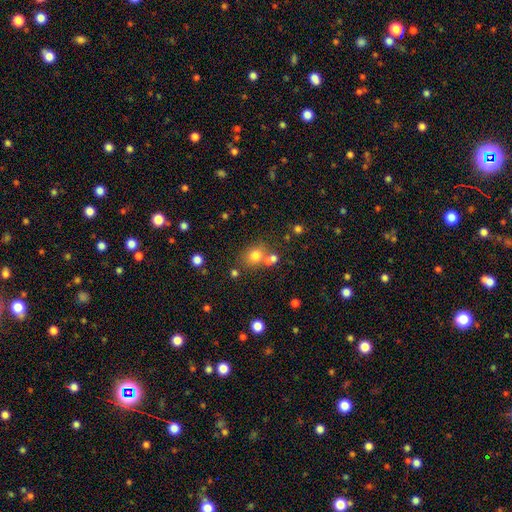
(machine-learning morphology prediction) This is likely a smooth galaxy (74%). How rounded: likely round (62%). Merging: possibly none (59%).